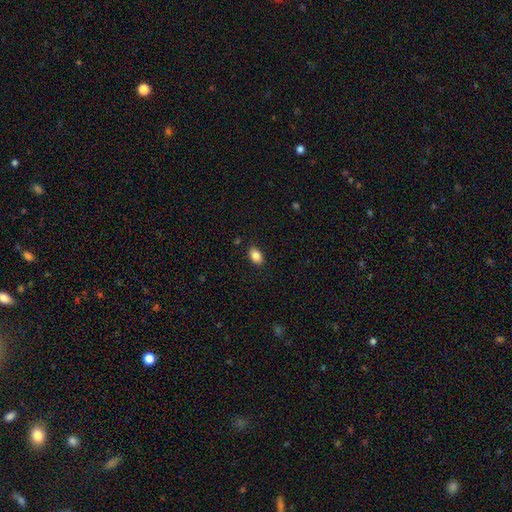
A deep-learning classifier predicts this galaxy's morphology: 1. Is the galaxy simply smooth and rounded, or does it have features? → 86% smooth, 8% star or artifact, 5% featured or disk.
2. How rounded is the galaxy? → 87% in between, 11% round, 1% cigar-shaped.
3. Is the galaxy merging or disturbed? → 88% none, 9% minor disturbance, 2% major disturbance, 1% merger.